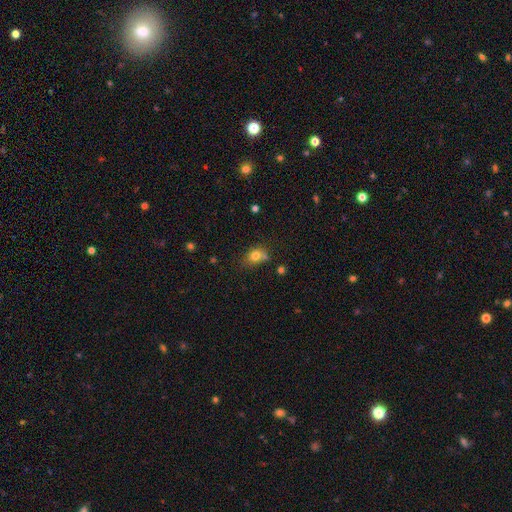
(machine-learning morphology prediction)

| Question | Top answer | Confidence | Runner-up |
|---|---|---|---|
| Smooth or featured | smooth | 76% | star or artifact (13%) |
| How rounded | round | 51% | in between (48%) |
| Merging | none | 50% | merger (23%) |